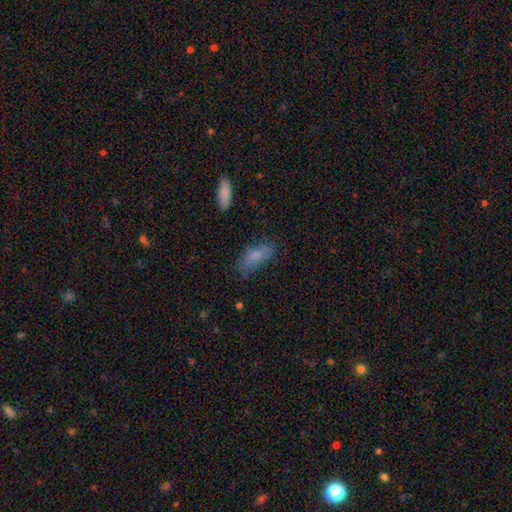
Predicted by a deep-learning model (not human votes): smooth-or-featured: smooth: 76% | featured or disk: 15% | star or artifact: 9%
  how-rounded: in between: 78% | cigar-shaped: 19% | round: 3%
  merging: none: 53% | minor disturbance: 30% | major disturbance: 13% | merger: 4%